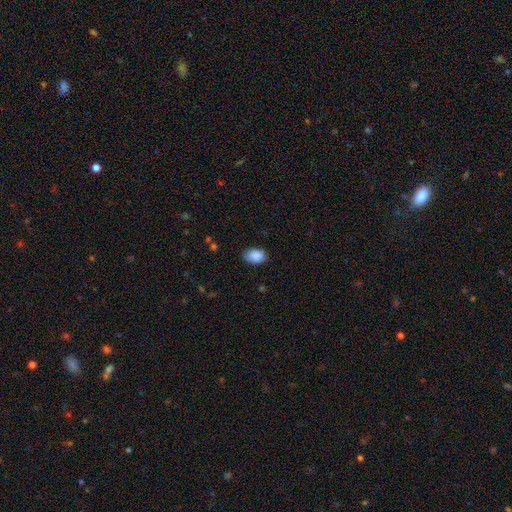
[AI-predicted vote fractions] The model was most divided on "merging": none: 79%, minor disturbance: 17%, major disturbance: 3%, merger: 1%. More confident: smooth or featured — smooth (89%); how rounded — in between (85%).